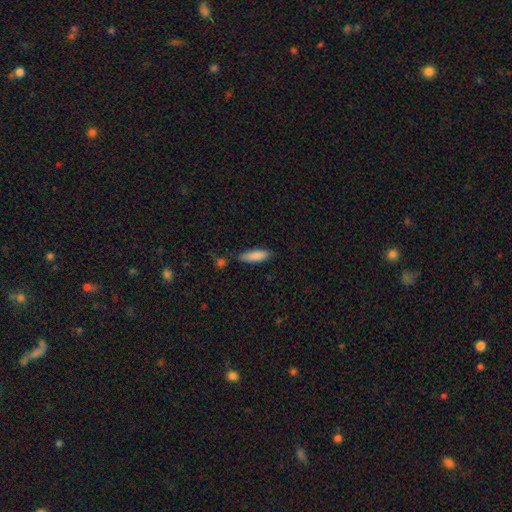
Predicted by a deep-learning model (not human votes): Smooth or featured? smooth (87%)
How rounded? in between (52%)
Merging? none (76%)